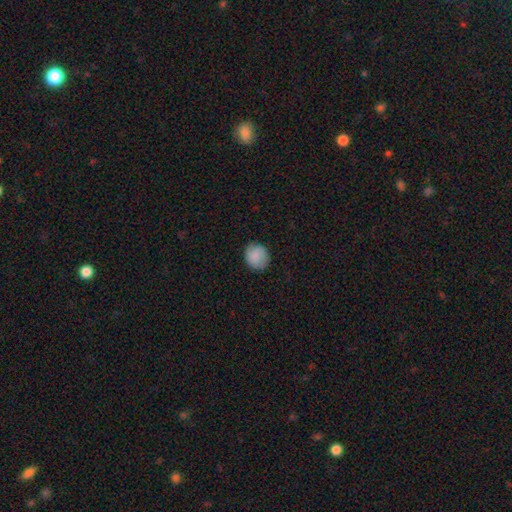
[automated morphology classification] Smooth or featured? smooth (84%)
How rounded? round (80%)
Merging? none (83%)